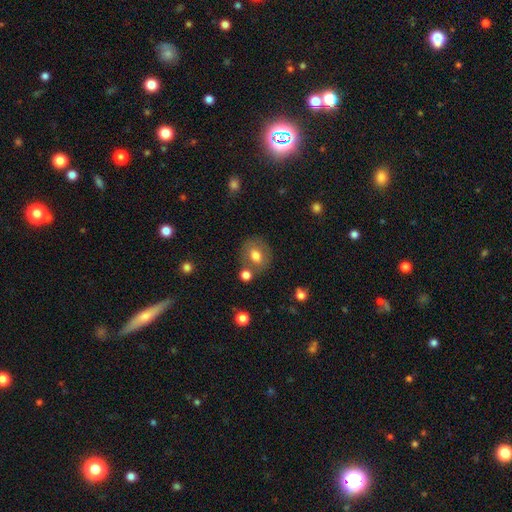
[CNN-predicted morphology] Smooth or featured?
  - smooth: 71% *
  - featured or disk: 20%
  - star or artifact: 10%
How rounded?
  - round: 64% *
  - in between: 35%
  - cigar-shaped: 1%
Merging?
  - none: 68% *
  - minor disturbance: 14%
  - merger: 13%
  - major disturbance: 5%